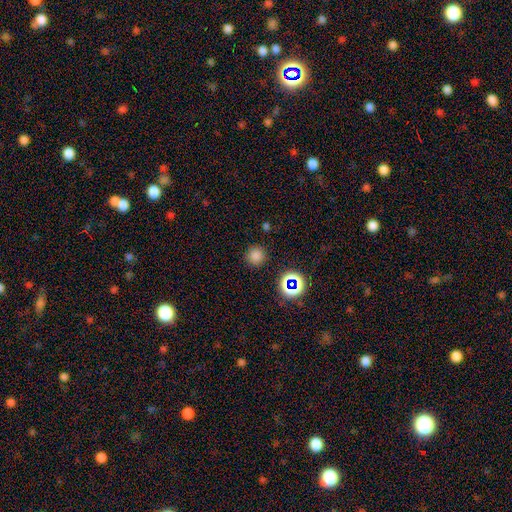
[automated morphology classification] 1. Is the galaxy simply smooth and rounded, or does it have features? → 75% smooth, 20% star or artifact, 5% featured or disk.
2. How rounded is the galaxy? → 93% round, 6% in between, 1% cigar-shaped.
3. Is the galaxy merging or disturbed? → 88% none, 7% minor disturbance, 3% major disturbance, 2% merger.